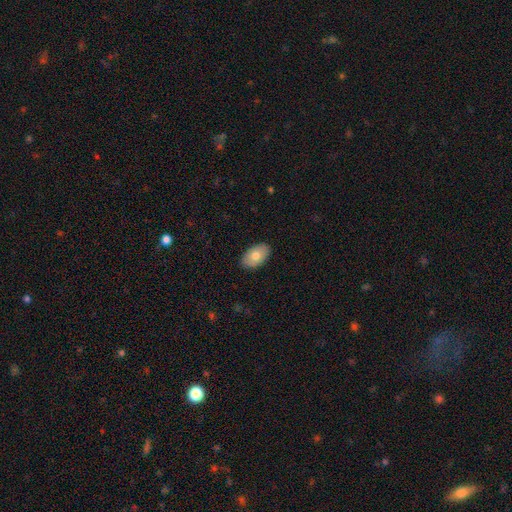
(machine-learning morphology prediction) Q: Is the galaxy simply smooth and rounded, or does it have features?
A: smooth — 77%.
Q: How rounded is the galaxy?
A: in between — 94%.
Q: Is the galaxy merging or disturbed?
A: none — 89%.